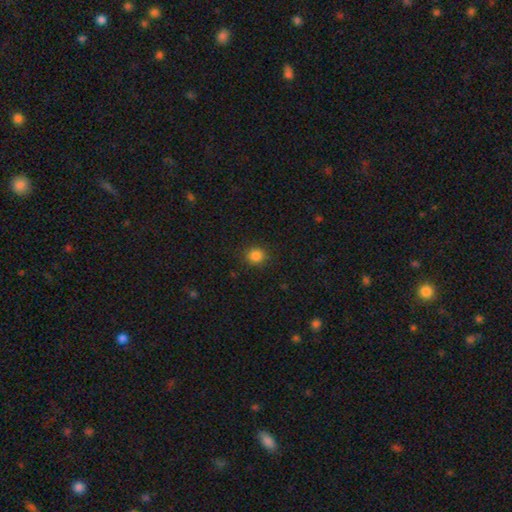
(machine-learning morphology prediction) Smooth or featured: smooth — 85% (star or artifact — 12%)
How rounded: round — 86% (in between — 13%)
Merging: none — 89% (minor disturbance — 8%)